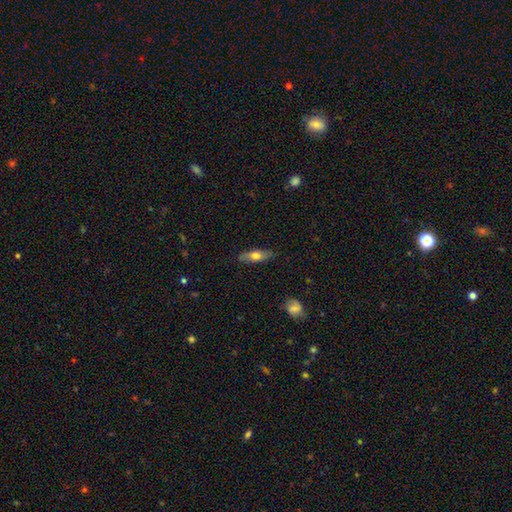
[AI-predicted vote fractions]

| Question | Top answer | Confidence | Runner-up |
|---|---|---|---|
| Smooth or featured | smooth | 61% | featured or disk (33%) |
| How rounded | in between | 51% | cigar-shaped (46%) |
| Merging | none | 86% | minor disturbance (11%) |